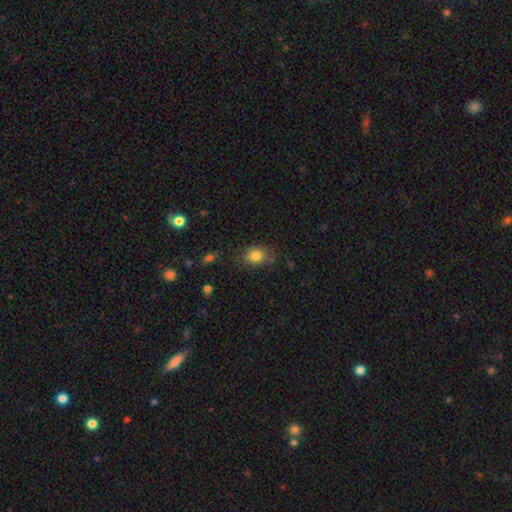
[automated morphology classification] A smooth galaxy with no disk features (83%) that is in between round and cigar-shaped (58%). Merging: none (74%).